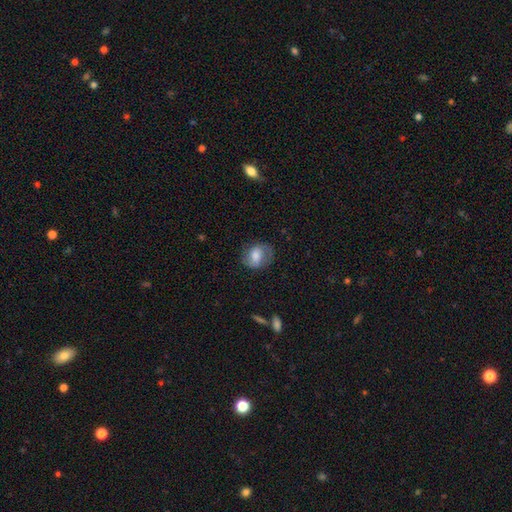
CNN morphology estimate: smooth-or-featured: smooth: 61% | featured or disk: 31% | star or artifact: 8%
  how-rounded: in between: 54% | round: 45% | cigar-shaped: 1%
  merging: none: 69% | minor disturbance: 21% | major disturbance: 9% | merger: 1%